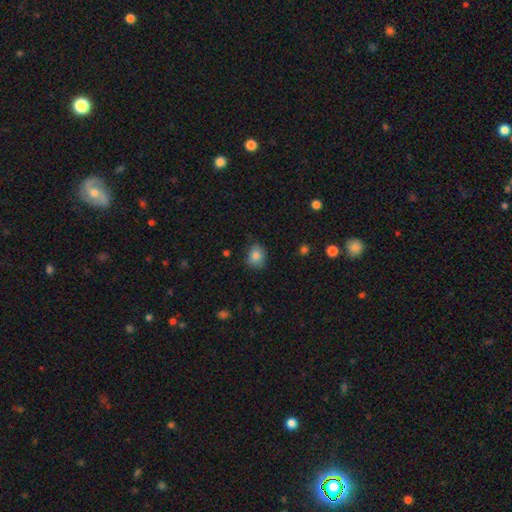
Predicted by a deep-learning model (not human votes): Q: Smooth or featured?
A: smooth (84%); runner-up: star or artifact (9%)
Q: How rounded?
A: round (58%); runner-up: in between (41%)
Q: Merging?
A: none (75%); runner-up: minor disturbance (20%)